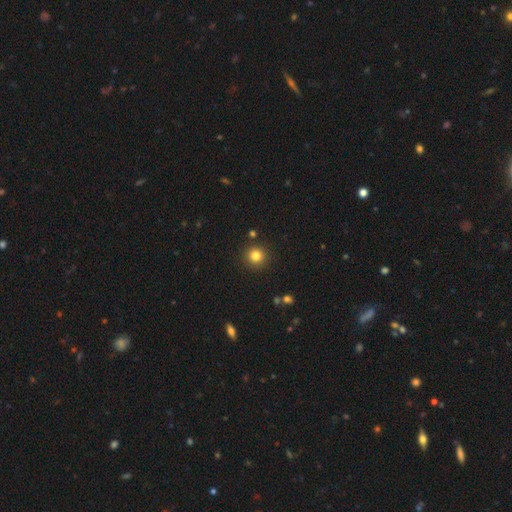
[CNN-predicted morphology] The model was most divided on "smooth or featured": smooth: 82%, star or artifact: 12%, featured or disk: 6%. More confident: how rounded — round (94%); merging — none (90%).